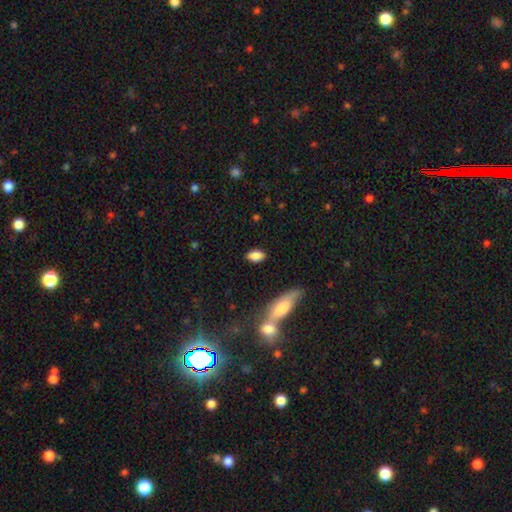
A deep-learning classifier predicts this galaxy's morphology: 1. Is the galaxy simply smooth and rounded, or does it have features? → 85% smooth, 8% featured or disk, 7% star or artifact.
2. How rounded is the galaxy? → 90% in between, 5% round, 5% cigar-shaped.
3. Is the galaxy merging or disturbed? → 81% none, 12% minor disturbance, 4% merger, 3% major disturbance.